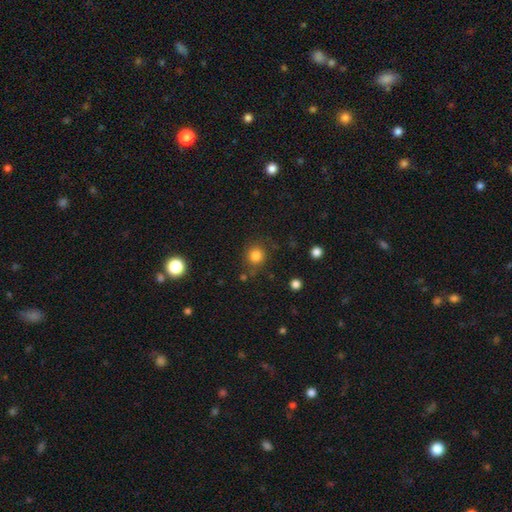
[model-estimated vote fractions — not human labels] Smooth or featured: smooth — 82% (star or artifact — 13%)
How rounded: round — 91% (in between — 8%)
Merging: none — 79% (minor disturbance — 12%)